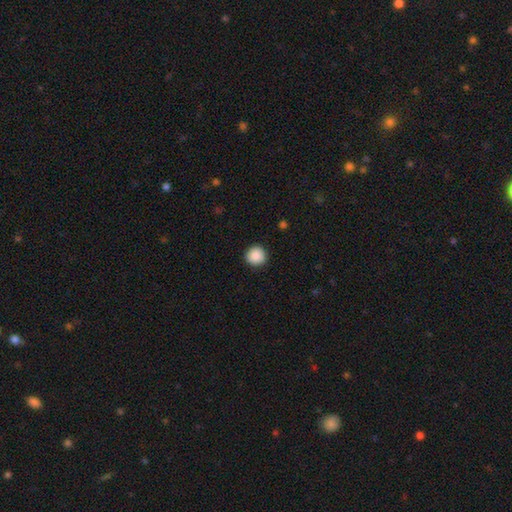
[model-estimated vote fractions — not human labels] Q: Smooth or featured?
A: smooth (89%); runner-up: star or artifact (8%)
Q: How rounded?
A: round (94%); runner-up: in between (5%)
Q: Merging?
A: none (91%); runner-up: minor disturbance (6%)